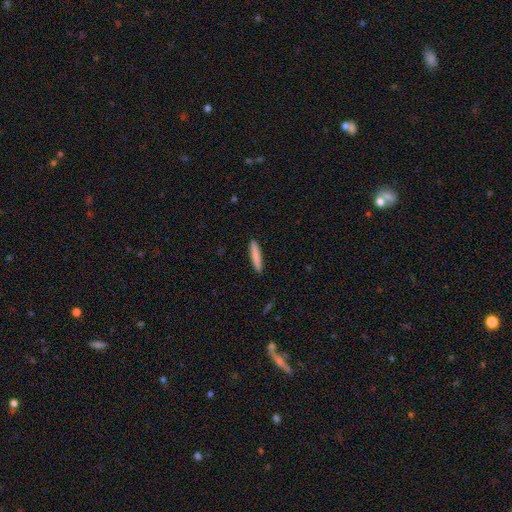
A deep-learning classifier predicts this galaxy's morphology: type=smooth (81%); roundness=cigar-shaped (92%); merging=none (91%).